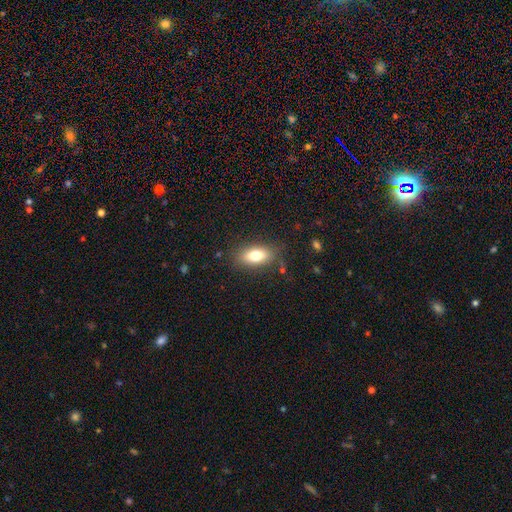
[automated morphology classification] smooth 75%, featured or disk 16%, star or artifact 8%. Down the decision tree: how rounded — in between (82%); merging — none (83%).